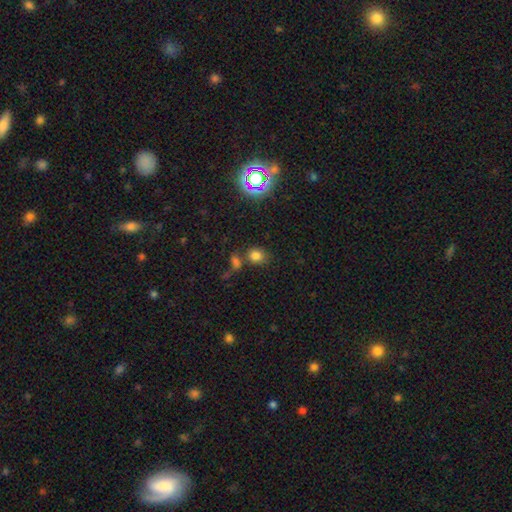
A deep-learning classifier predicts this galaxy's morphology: Smooth or featured?
  - smooth: 75% *
  - star or artifact: 19%
  - featured or disk: 7%
How rounded?
  - round: 61% *
  - in between: 38%
  - cigar-shaped: 1%
Merging?
  - none: 62% *
  - merger: 21%
  - minor disturbance: 12%
  - major disturbance: 6%